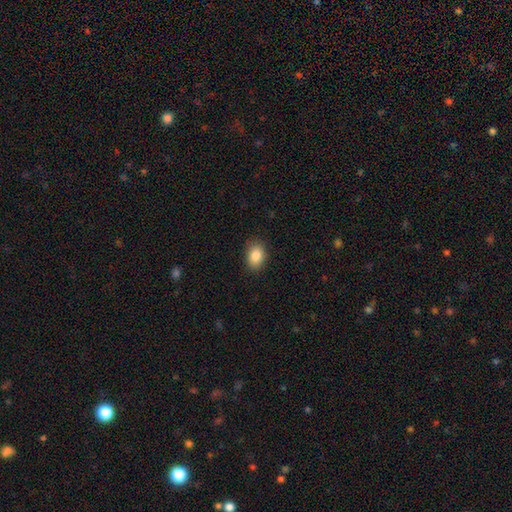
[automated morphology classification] Smooth or featured? smooth (86%)
How rounded? in between (80%)
Merging? none (86%)